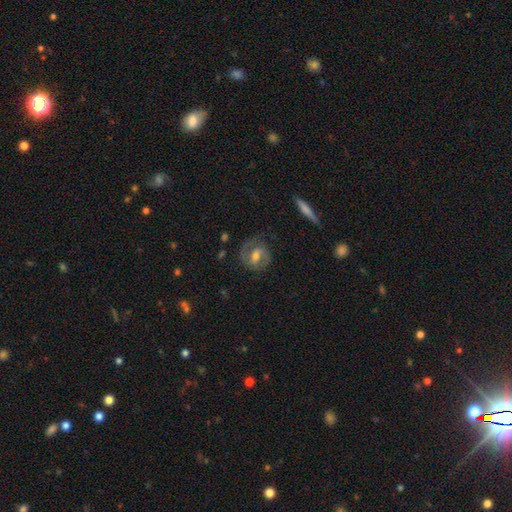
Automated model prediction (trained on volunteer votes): This is likely a featured or disk galaxy (72%). It is clearly not viewed edge-on (96%). Bar: possibly weak (51%). Spiral arm pattern: clearly yes (89%). Spiral arm count: likely 2 (80%). Spiral winding: possibly medium (50%). Central bulge: likely moderate (62%). Merging: likely none (71%).